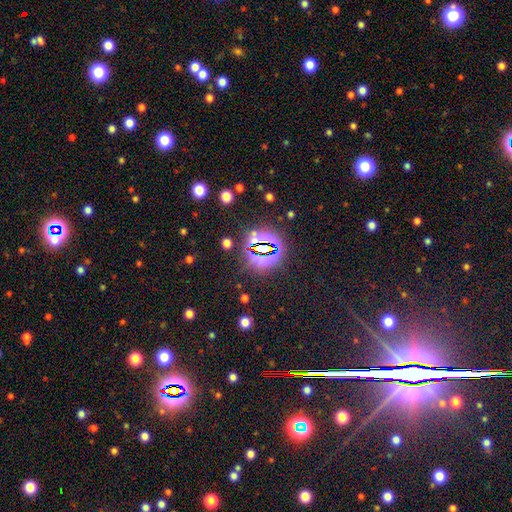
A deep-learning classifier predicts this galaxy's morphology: A star or artifact, not a galaxy (78%).

Vote fractions:
- Smooth or featured? star or artifact: 78% / smooth: 13% / featured or disk: 8%